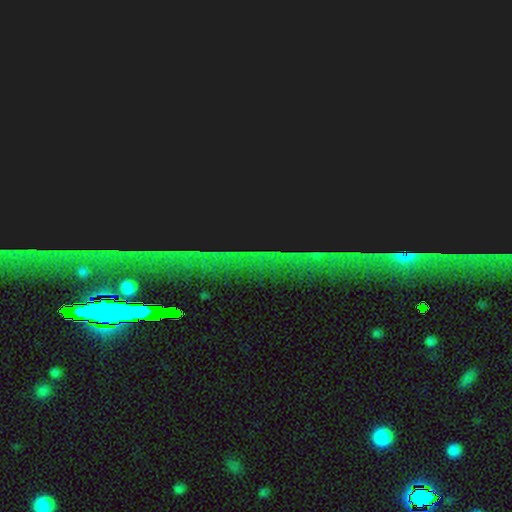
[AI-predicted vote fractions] A star or artifact, not a galaxy (86%).

Vote fractions:
- Smooth or featured? star or artifact: 86% / featured or disk: 7% / smooth: 7%